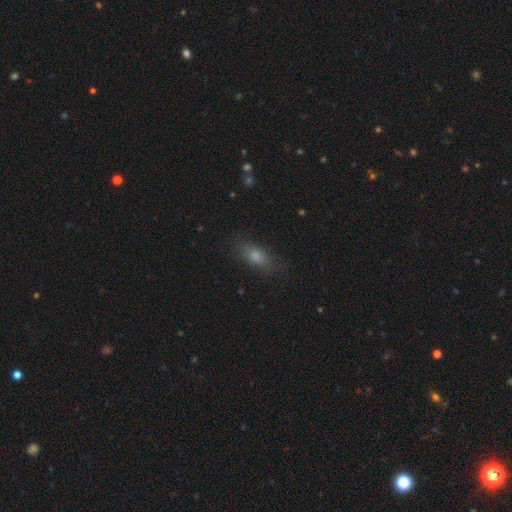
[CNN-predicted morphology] Overall: smooth (70%). How rounded: in between (69%). Merging: none (81%).